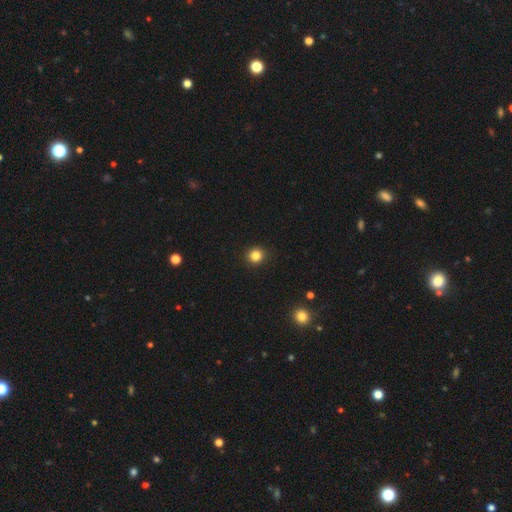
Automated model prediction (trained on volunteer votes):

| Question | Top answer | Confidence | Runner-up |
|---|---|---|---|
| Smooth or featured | smooth | 84% | star or artifact (12%) |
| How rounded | round | 93% | in between (6%) |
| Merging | none | 92% | minor disturbance (5%) |